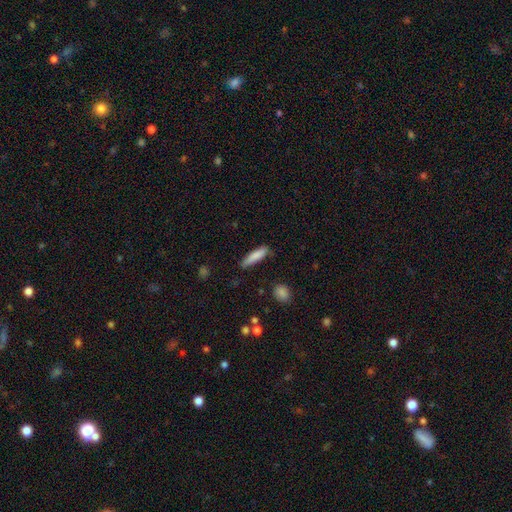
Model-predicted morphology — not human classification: Smooth or featured: smooth — 83% (featured or disk — 11%)
How rounded: cigar-shaped — 77% (in between — 22%)
Merging: none — 77% (minor disturbance — 17%)